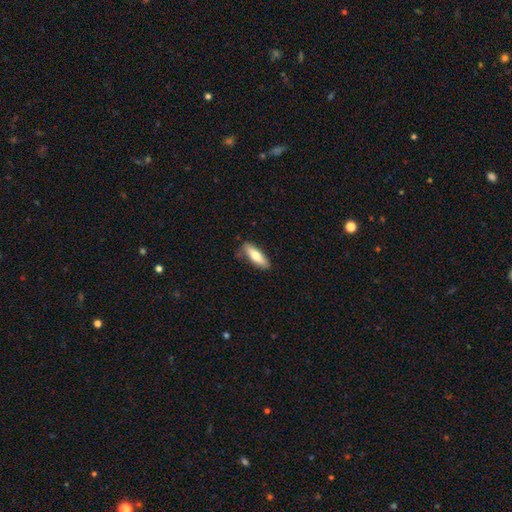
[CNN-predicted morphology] Smooth or featured? Predicted: smooth (p=0.69). How rounded? Predicted: in between (p=0.51). Merging? Predicted: none (p=0.79).